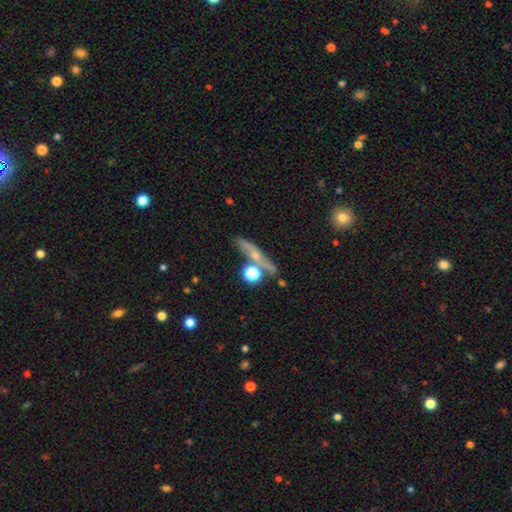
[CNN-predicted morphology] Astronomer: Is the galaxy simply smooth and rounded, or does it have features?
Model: featured or disk — 53% (runner-up: smooth, 34%).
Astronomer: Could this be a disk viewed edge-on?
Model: yes — 81%.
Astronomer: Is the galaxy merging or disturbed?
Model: none — 68%.